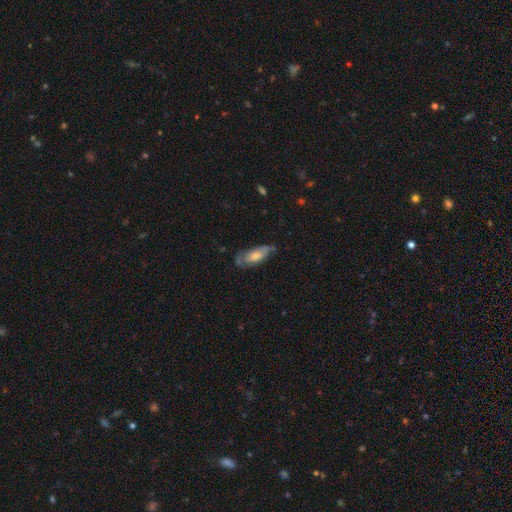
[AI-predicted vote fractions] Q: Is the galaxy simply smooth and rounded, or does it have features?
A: smooth — 48%.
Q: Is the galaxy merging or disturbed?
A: none — 52%.